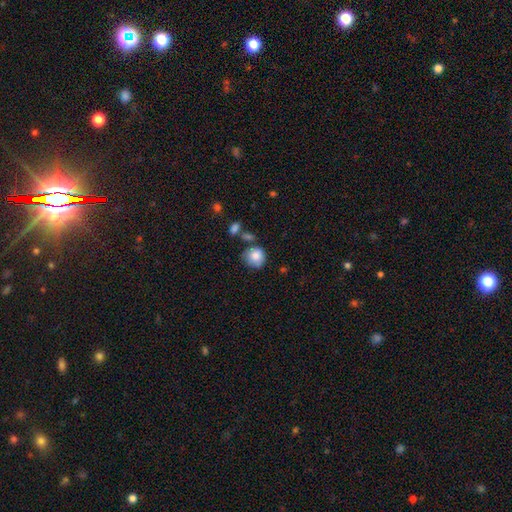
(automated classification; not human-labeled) Smooth or featured? Predicted: smooth (p=0.82). How rounded? Predicted: round (p=0.86). Merging? Predicted: none (p=0.58).